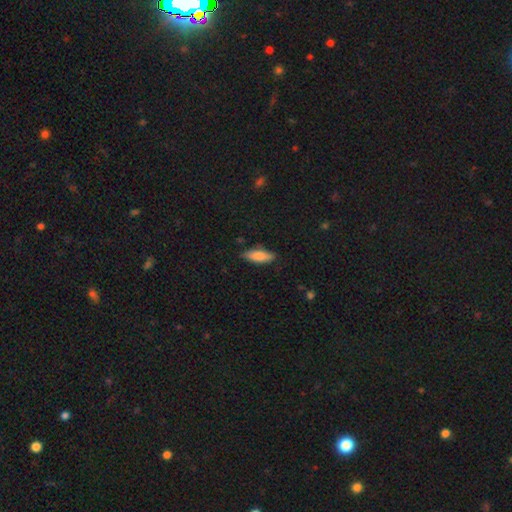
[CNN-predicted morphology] Q: Smooth or featured?
A: smooth (80%); runner-up: featured or disk (14%)
Q: How rounded?
A: in between (61%); runner-up: cigar-shaped (36%)
Q: Merging?
A: none (84%); runner-up: minor disturbance (12%)